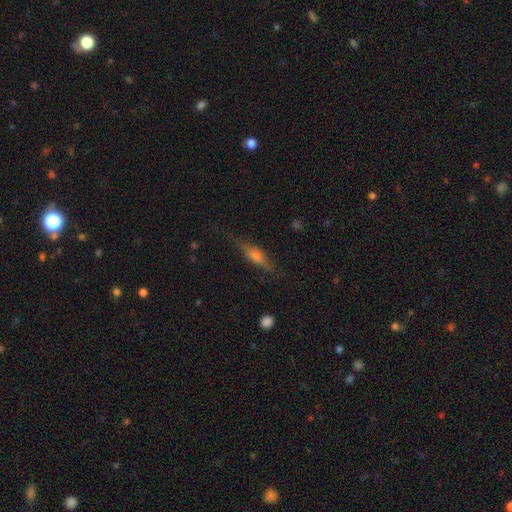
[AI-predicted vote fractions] Smooth or featured?
  - featured or disk: 57% *
  - smooth: 33%
  - star or artifact: 10%
Edge-on disk?
  - yes: 93% *
  - no: 7%
Edge-on bulge?
  - rounded: 79% *
  - boxy: 14%
  - none: 6%
Merging?
  - none: 78% *
  - minor disturbance: 16%
  - major disturbance: 5%
  - merger: 1%